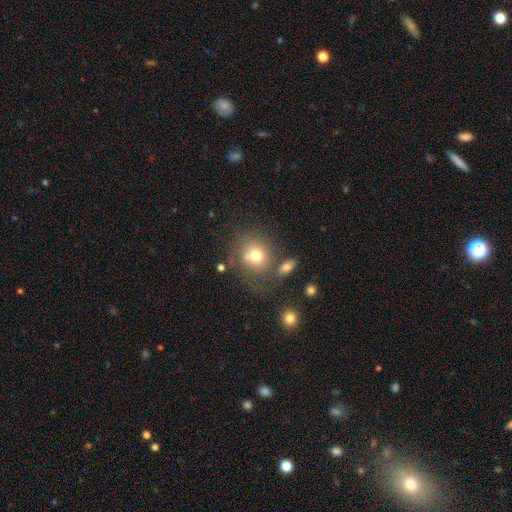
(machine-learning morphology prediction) The model was most divided on "merging": none: 61%, merger: 17%, minor disturbance: 15%, major disturbance: 8%. More confident: how rounded — round (79%); smooth or featured — smooth (73%).